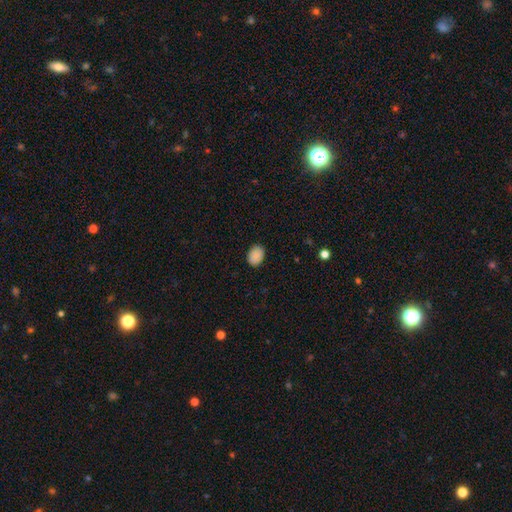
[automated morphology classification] smooth_or_featured: smooth (p=0.89) [alt: star or artifact p=0.08]
how_rounded: in between (p=0.72) [alt: round p=0.27]
merging: none (p=0.87) [alt: minor disturbance p=0.10]